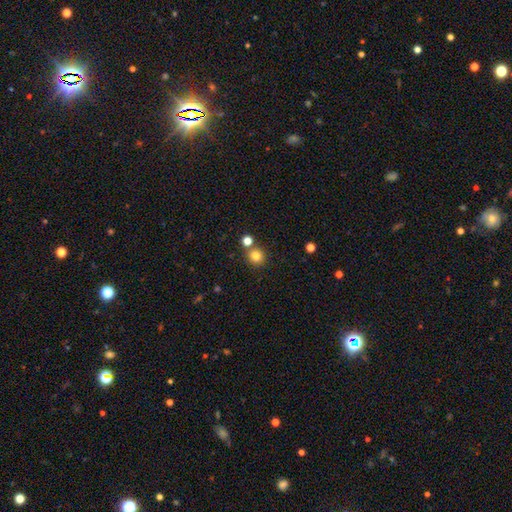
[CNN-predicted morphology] Overall: smooth (81%). How rounded: round (91%). Merging: none (76%).